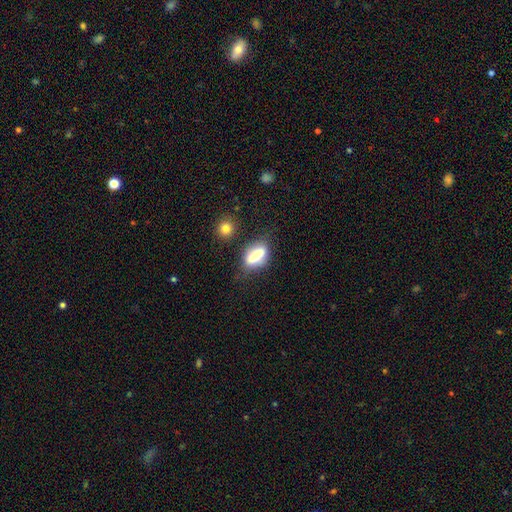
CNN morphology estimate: This is likely a smooth galaxy (68%). How rounded: possibly in between (58%). Merging: likely none (70%).